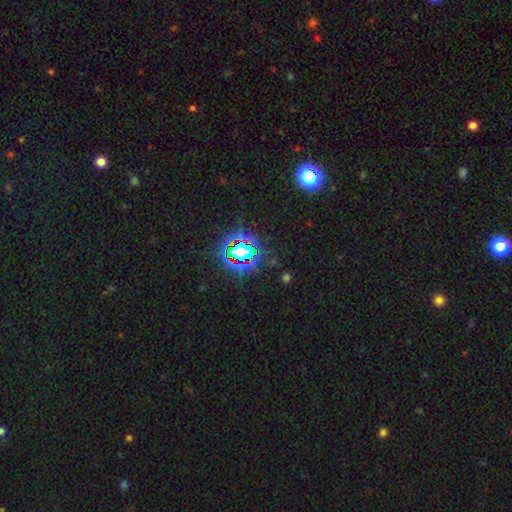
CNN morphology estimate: star or artifact 81%, smooth 12%, featured or disk 7%.